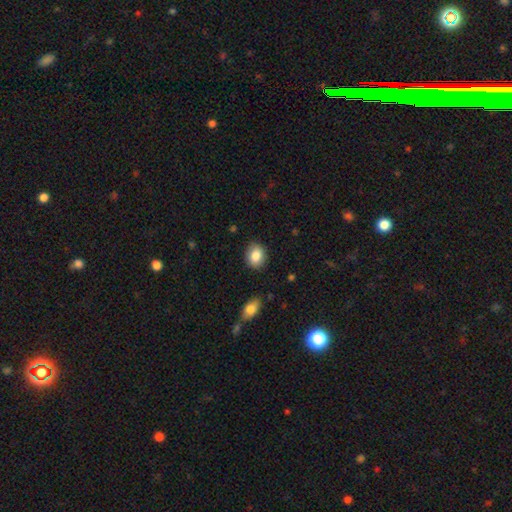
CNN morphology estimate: Q: Smooth or featured?
A: smooth (85%); runner-up: star or artifact (8%)
Q: How rounded?
A: round (51%); runner-up: in between (48%)
Q: Merging?
A: none (87%); runner-up: minor disturbance (9%)